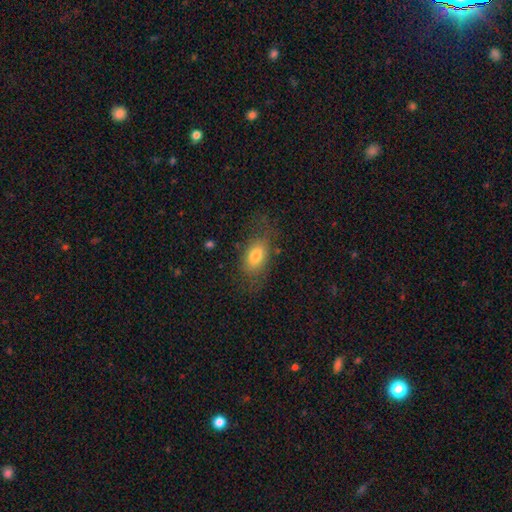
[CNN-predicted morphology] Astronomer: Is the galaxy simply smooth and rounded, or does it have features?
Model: smooth — 75%.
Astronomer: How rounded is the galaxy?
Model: in between — 85%.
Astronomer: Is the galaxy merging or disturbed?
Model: none — 67%.